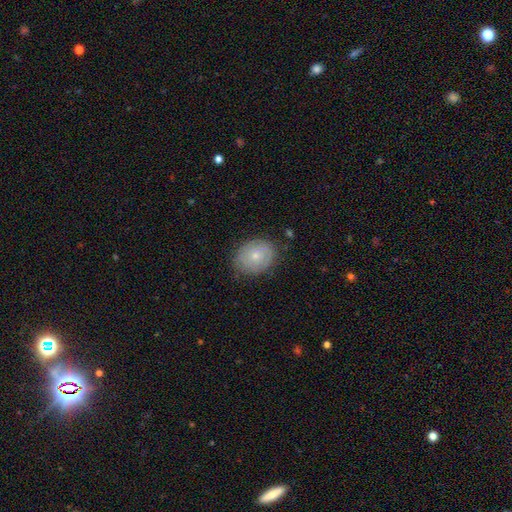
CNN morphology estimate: Smooth or featured? Predicted: smooth (p=0.53). How rounded? Predicted: in between (p=0.52). Merging? Predicted: none (p=0.78).